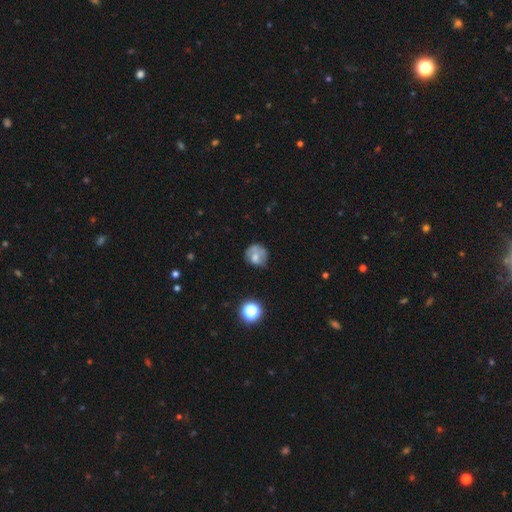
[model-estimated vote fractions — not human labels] A smooth galaxy with no disk features (58%) that is round (77%).

Vote fractions:
- Smooth or featured? smooth: 58% / featured or disk: 29% / star or artifact: 13%
- How rounded? round: 77% / in between: 22% / cigar-shaped: 1%
- Merging? none: 52% / minor disturbance: 27% / major disturbance: 15% / merger: 6%